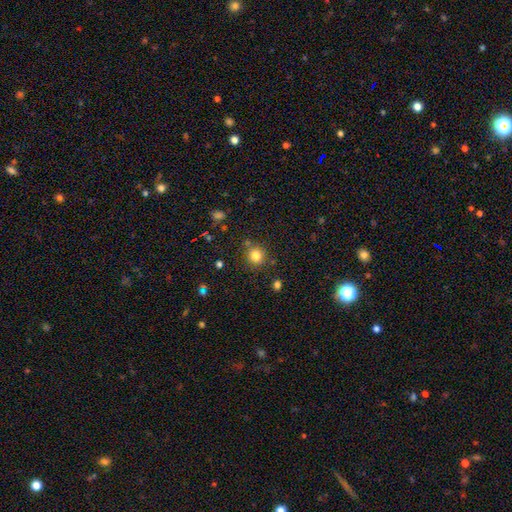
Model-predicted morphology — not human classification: This is clearly a smooth galaxy (81%). How rounded: clearly round (92%). Merging: clearly none (82%).